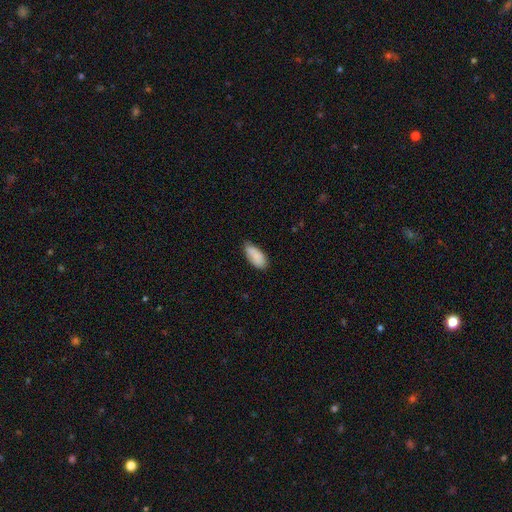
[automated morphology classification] A smooth galaxy with no disk features (87%) that is in between round and cigar-shaped (89%).

Vote fractions:
- Smooth or featured? smooth: 87% / star or artifact: 6% / featured or disk: 6%
- How rounded? in between: 89% / cigar-shaped: 9% / round: 2%
- Merging? none: 72% / minor disturbance: 24% / major disturbance: 3% / merger: 1%